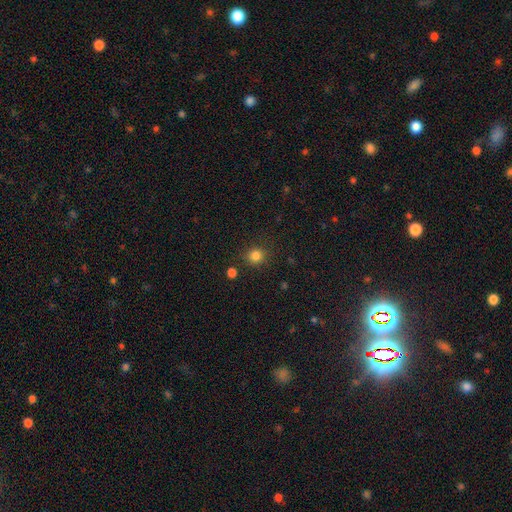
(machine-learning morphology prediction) A smooth galaxy with no disk features (83%) that is round (87%).

Vote fractions:
- Smooth or featured? smooth: 83% / star or artifact: 13% / featured or disk: 4%
- How rounded? round: 87% / in between: 12% / cigar-shaped: 1%
- Merging? none: 85% / minor disturbance: 9% / major disturbance: 3% / merger: 3%